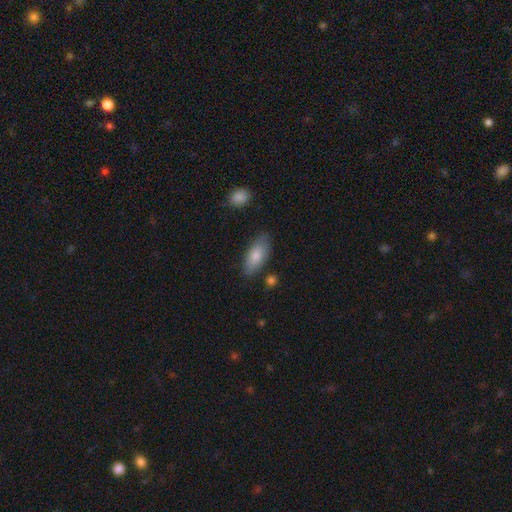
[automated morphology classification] A smooth galaxy with no disk features (80%) that is in between round and cigar-shaped (86%). Merging: none (77%).